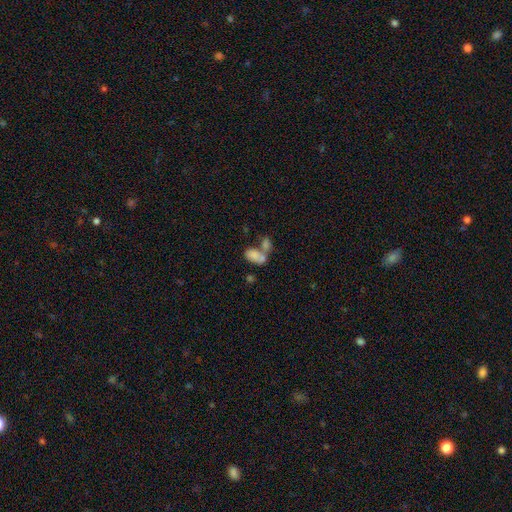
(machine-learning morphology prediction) Q: Smooth or featured?
A: smooth (76%); runner-up: featured or disk (15%)
Q: How rounded?
A: in between (90%); runner-up: round (8%)
Q: Merging?
A: merger (64%); runner-up: none (21%)